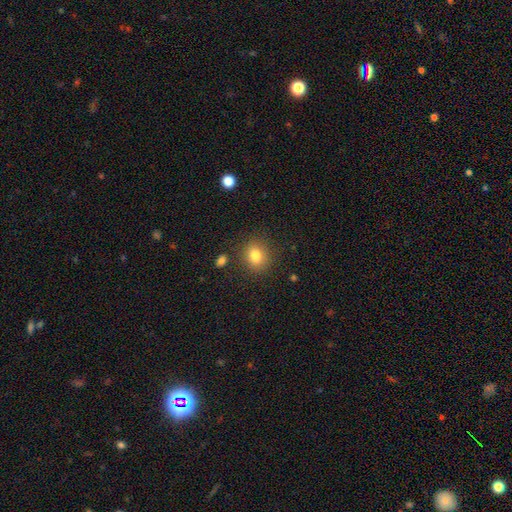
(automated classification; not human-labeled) This is clearly a smooth galaxy (81%). How rounded: possibly round (58%). Merging: clearly none (84%).